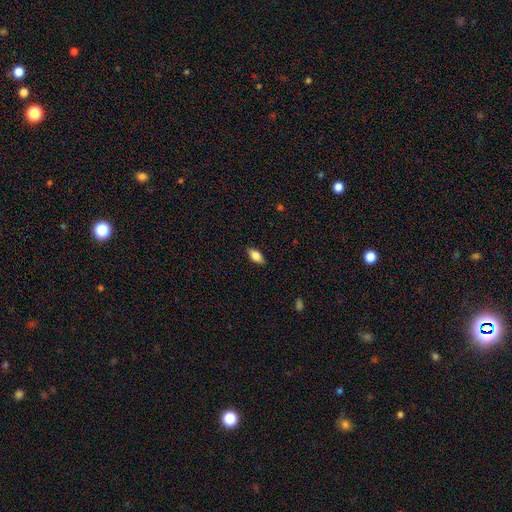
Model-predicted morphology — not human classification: The model was most divided on "smooth or featured": smooth: 76%, featured or disk: 16%, star or artifact: 7%. More confident: how rounded — in between (86%); merging — none (86%).